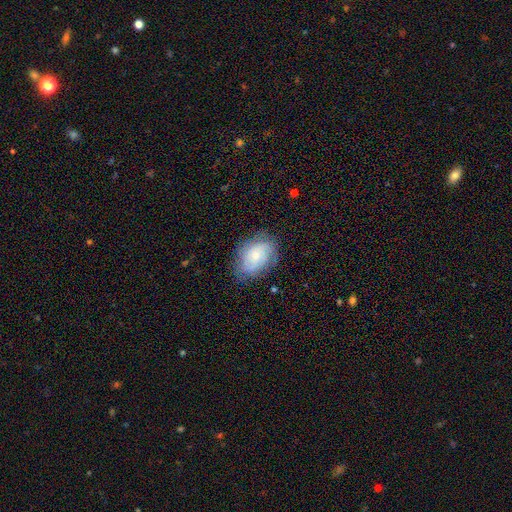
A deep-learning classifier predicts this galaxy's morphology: Smooth or featured: featured or disk — 54% (smooth — 38%)
Edge-on disk: no — 96% (yes — 4%)
Bar: no — 75% (weak — 21%)
Spiral arms: yes — 82% (no — 18%)
Bulge size: small — 56% (moderate — 35%)
Merging: none — 70% (minor disturbance — 21%)